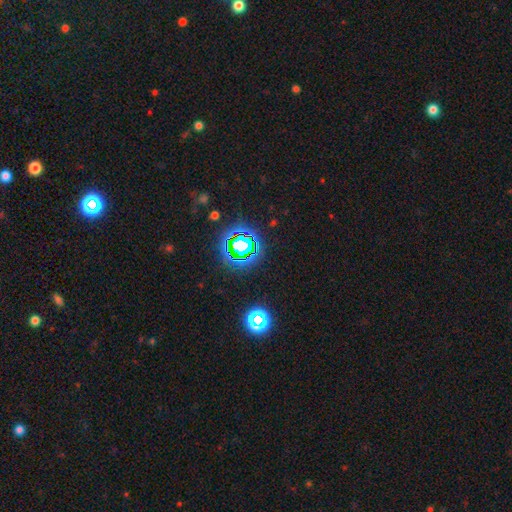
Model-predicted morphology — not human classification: star or artifact 78%, smooth 15%, featured or disk 7%.